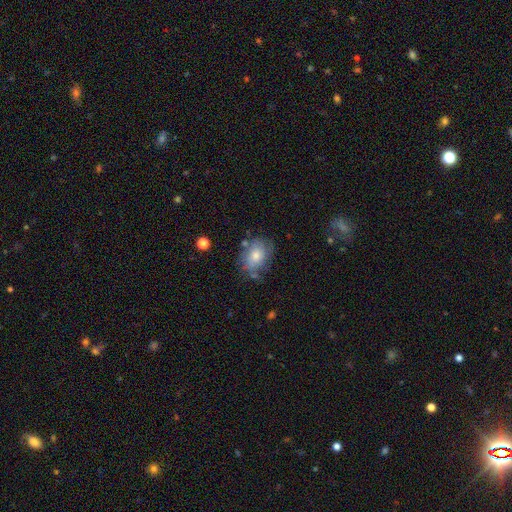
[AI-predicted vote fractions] smooth-or-featured: smooth: 66% | featured or disk: 25% | star or artifact: 8%
  how-rounded: in between: 71% | round: 28% | cigar-shaped: 1%
  merging: none: 60% | minor disturbance: 25% | major disturbance: 9% | merger: 6%